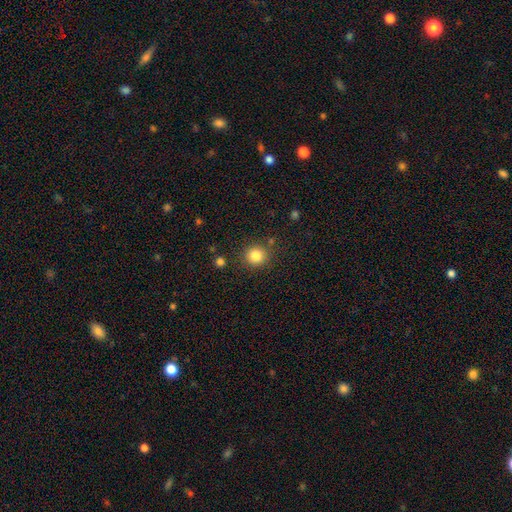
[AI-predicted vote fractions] This is clearly a smooth galaxy (83%). How rounded: clearly round (92%). Merging: clearly none (87%).